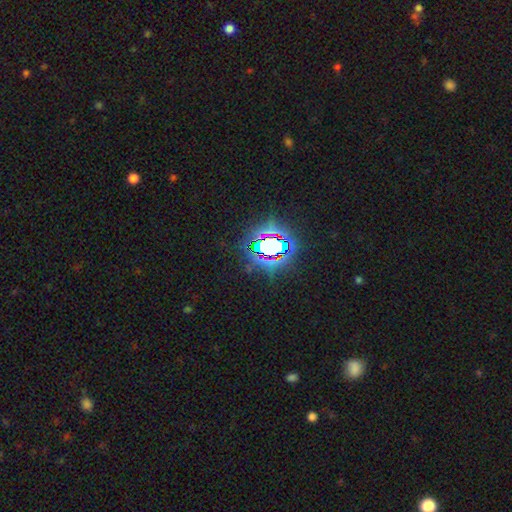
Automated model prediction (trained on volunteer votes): Smooth or featured: star or artifact — 83% (smooth — 10%)